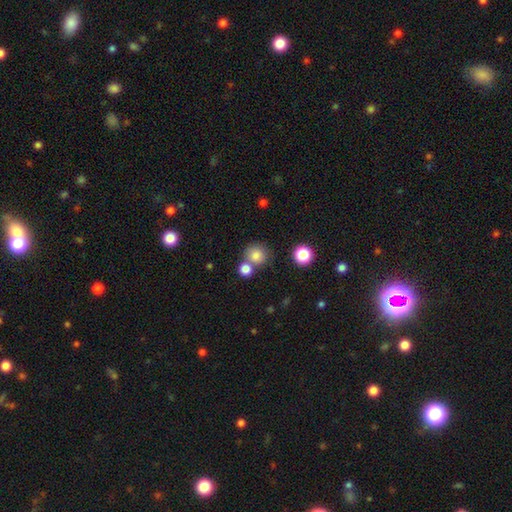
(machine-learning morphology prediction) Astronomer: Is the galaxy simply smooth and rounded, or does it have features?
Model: smooth — 81%.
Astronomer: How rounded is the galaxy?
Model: round — 89%.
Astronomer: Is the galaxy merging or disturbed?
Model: none — 62%.